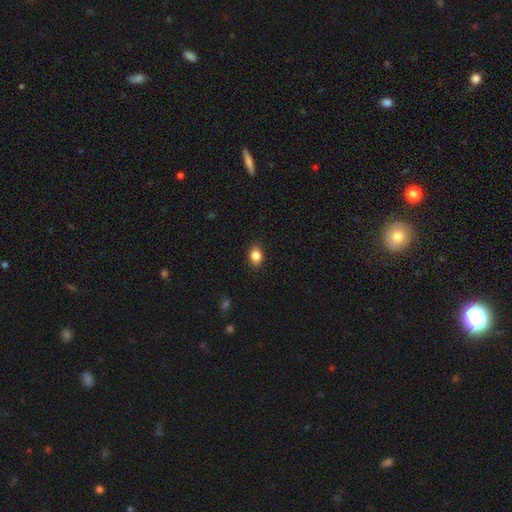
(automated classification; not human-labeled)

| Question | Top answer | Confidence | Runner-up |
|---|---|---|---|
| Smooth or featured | smooth | 85% | star or artifact (9%) |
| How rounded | in between | 69% | round (30%) |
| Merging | none | 88% | minor disturbance (9%) |